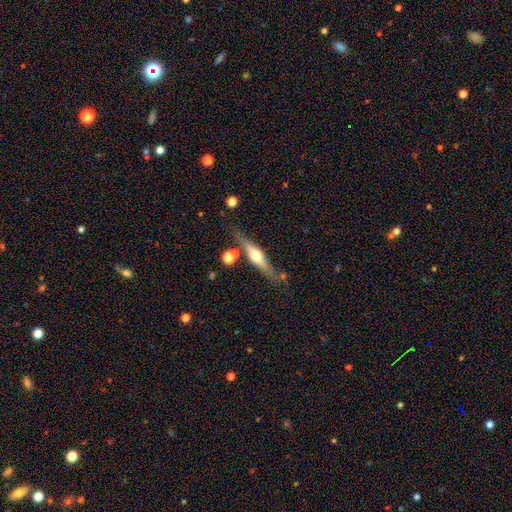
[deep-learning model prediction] This is likely a featured or disk galaxy (65%). It is clearly viewed edge-on (93%). Edge-on bulge: clearly rounded (93%). Merging: likely none (74%).